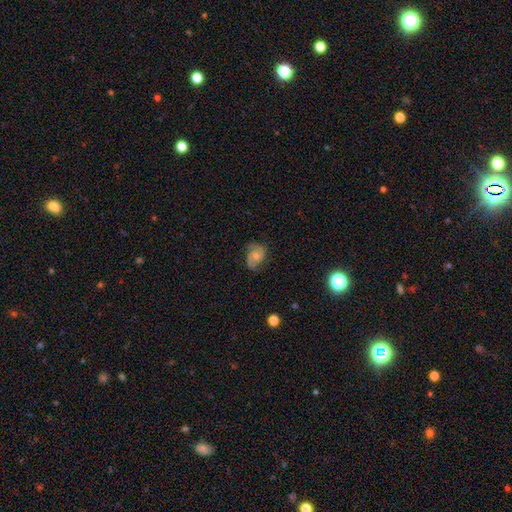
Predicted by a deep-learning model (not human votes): Smooth or featured?
  - featured or disk: 68% *
  - smooth: 24%
  - star or artifact: 8%
Edge-on disk?
  - no: 97% *
  - yes: 3%
Bar?
  - no: 59% *
  - weak: 34%
  - strong: 6%
Spiral arms?
  - yes: 94% *
  - no: 6%
Spiral winding?
  - medium: 50% *
  - tight: 27%
  - loose: 23%
Spiral arm count?
  - 2: 87% *
  - can't tell: 6%
  - 1: 3%
  - 3: 2%
  - 4: 1%
  - more than 4: 1%
Bulge size?
  - small: 44% *
  - moderate: 37%
  - none: 13%
  - large: 4%
  - dominant: 1%
Merging?
  - none: 70% *
  - minor disturbance: 20%
  - major disturbance: 8%
  - merger: 1%